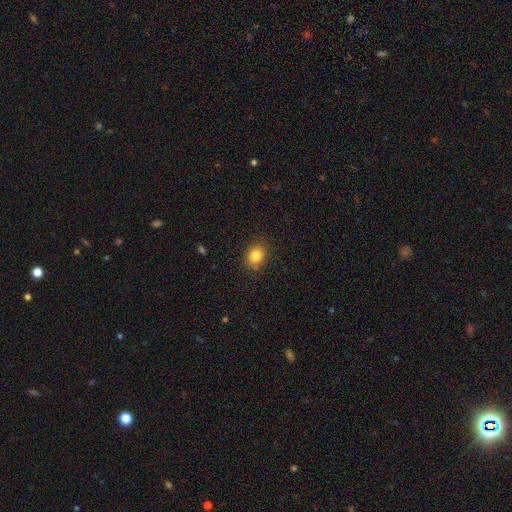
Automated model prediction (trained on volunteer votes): Q: Smooth or featured?
A: smooth (83%); runner-up: star or artifact (11%)
Q: How rounded?
A: round (58%); runner-up: in between (41%)
Q: Merging?
A: none (85%); runner-up: minor disturbance (11%)